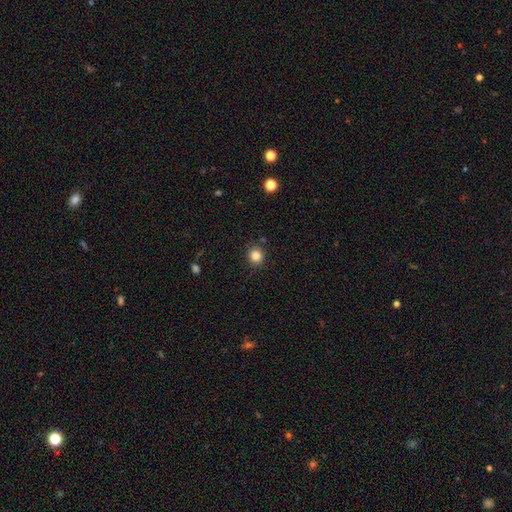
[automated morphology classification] type=smooth (84%); roundness=round (88%); merging=none (87%).